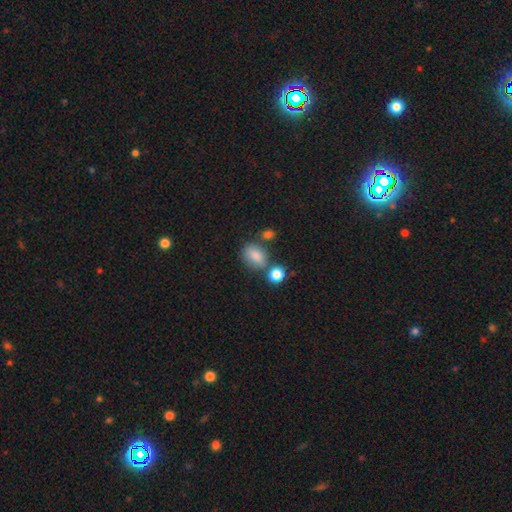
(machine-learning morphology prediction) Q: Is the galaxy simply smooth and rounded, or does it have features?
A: smooth — 82%.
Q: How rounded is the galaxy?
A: in between — 72%.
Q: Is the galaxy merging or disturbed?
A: none — 59%.